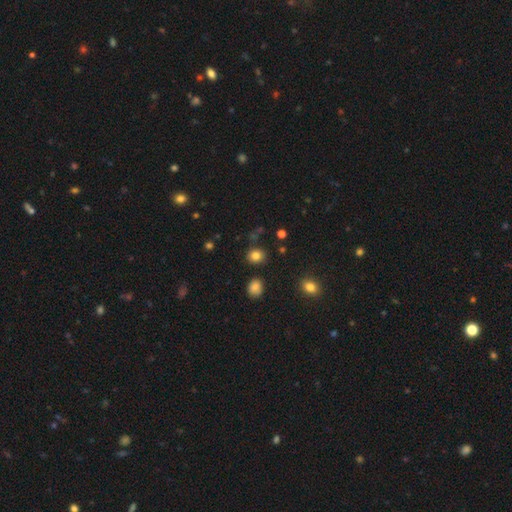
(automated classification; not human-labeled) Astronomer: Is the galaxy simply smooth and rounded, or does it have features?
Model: smooth — 83%.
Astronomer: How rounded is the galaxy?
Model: round — 78%.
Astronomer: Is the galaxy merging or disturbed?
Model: none — 84%.